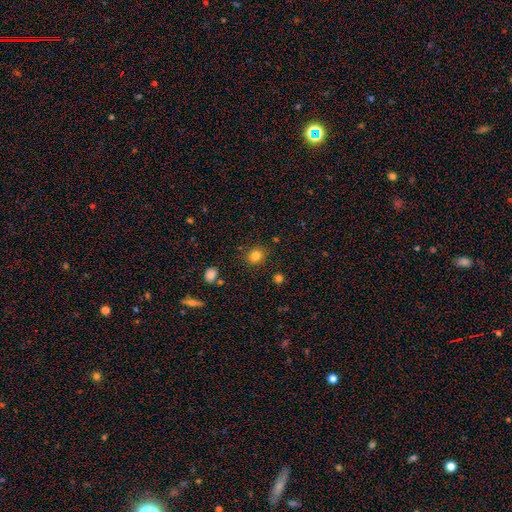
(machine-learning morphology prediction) Overall: smooth (82%). How rounded: round (75%). Merging: none (86%).